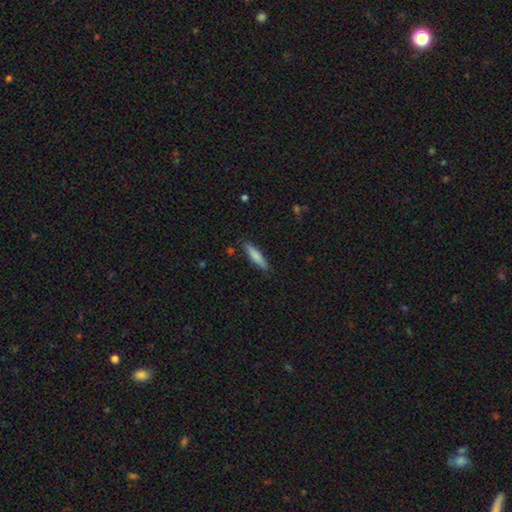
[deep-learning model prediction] smooth-or-featured: smooth: 80% | featured or disk: 14% | star or artifact: 6%
  how-rounded: cigar-shaped: 83% | in between: 16% | round: 1%
  merging: none: 86% | minor disturbance: 10% | major disturbance: 2% | merger: 1%